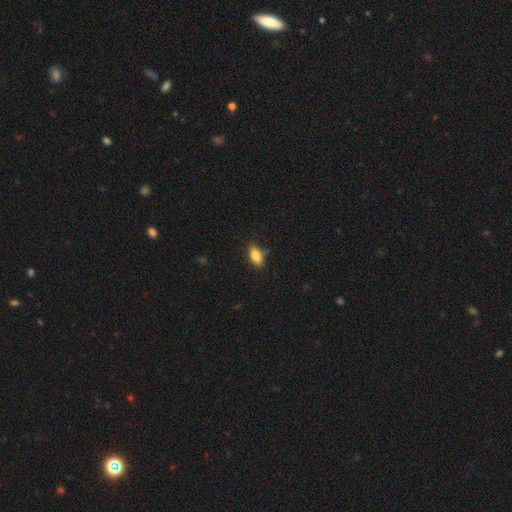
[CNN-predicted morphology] Overall: smooth (82%). How rounded: in between (86%). Merging: none (75%).